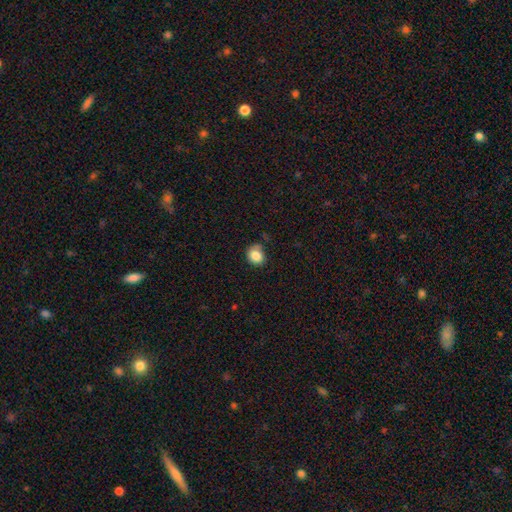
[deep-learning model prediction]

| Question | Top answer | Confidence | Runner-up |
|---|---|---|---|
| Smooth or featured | smooth | 84% | star or artifact (9%) |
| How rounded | round | 64% | in between (35%) |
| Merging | none | 65% | minor disturbance (24%) |